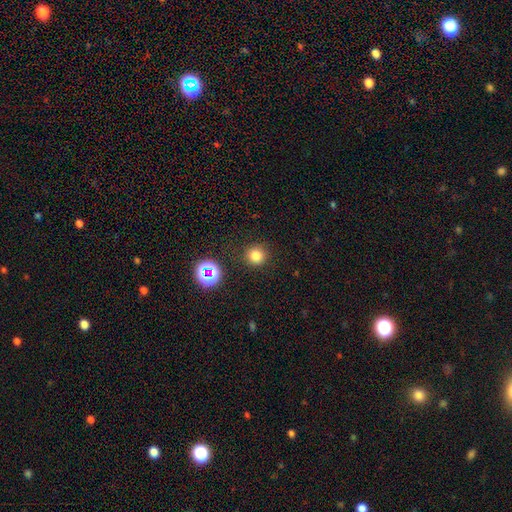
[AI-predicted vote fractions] Smooth or featured?
  - smooth: 77% *
  - star or artifact: 17%
  - featured or disk: 6%
How rounded?
  - round: 93% *
  - in between: 6%
  - cigar-shaped: 1%
Merging?
  - none: 89% *
  - minor disturbance: 7%
  - major disturbance: 3%
  - merger: 2%